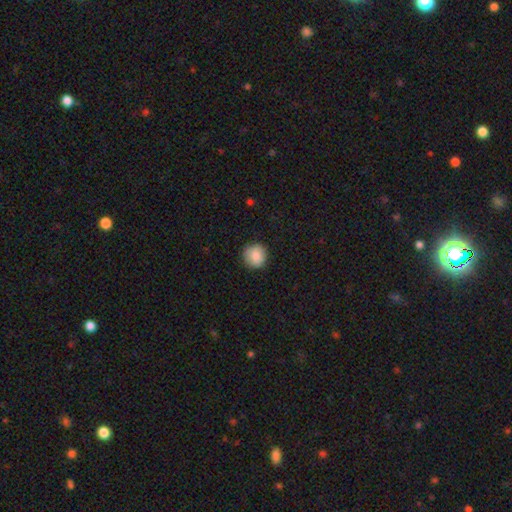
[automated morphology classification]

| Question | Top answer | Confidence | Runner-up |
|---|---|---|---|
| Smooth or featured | smooth | 86% | star or artifact (8%) |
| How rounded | round | 92% | in between (7%) |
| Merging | none | 89% | minor disturbance (9%) |